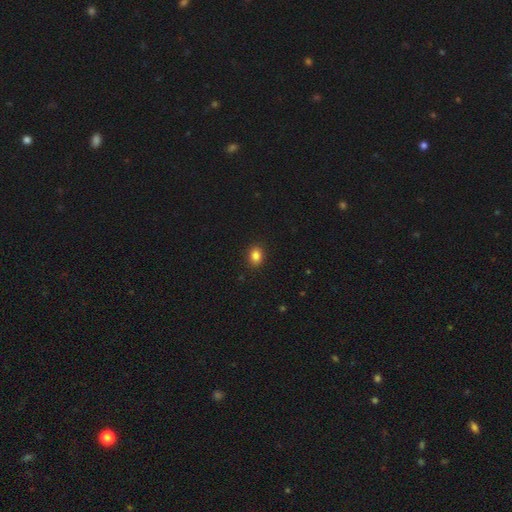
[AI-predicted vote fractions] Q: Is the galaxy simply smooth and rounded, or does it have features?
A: smooth — 85%.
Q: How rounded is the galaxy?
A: in between — 56%.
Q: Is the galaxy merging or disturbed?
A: none — 90%.